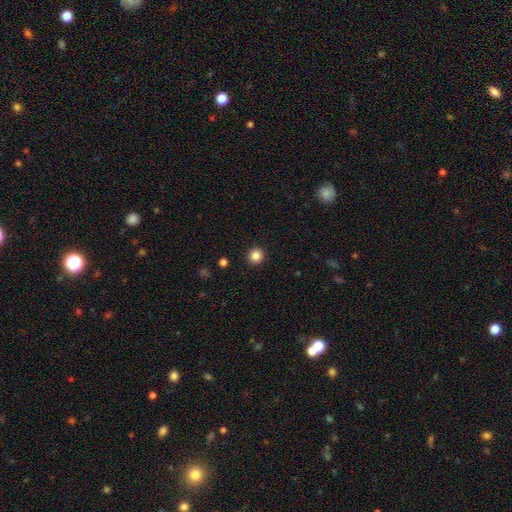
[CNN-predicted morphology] smooth 85%, star or artifact 11%, featured or disk 4%. Down the decision tree: how rounded — round (94%); merging — none (93%).